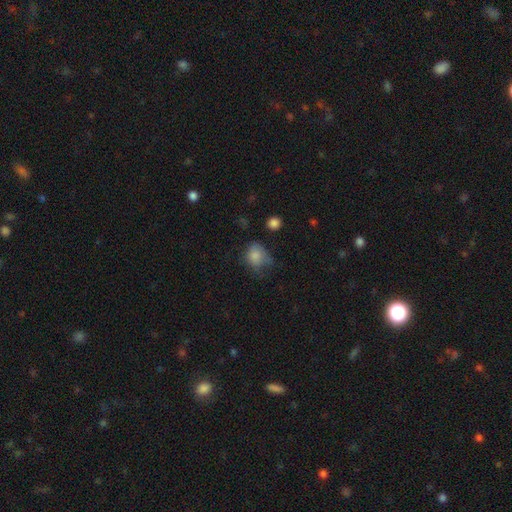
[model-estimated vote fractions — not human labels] Overall: smooth (79%). How rounded: round (53%; in between 46%). Merging: none (37%; minor disturbance 36%).